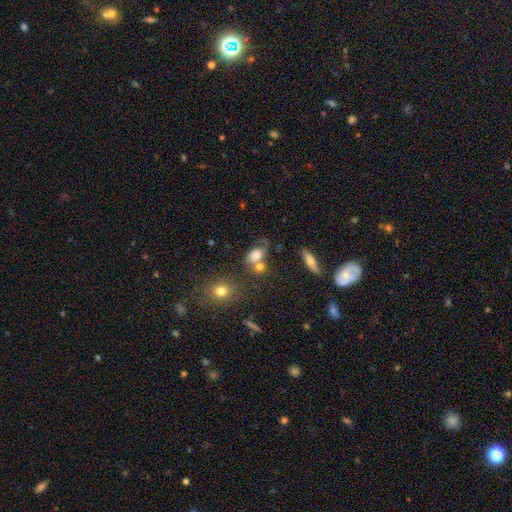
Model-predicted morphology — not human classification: Smooth or featured? Predicted: smooth (p=0.60). How rounded? Predicted: in between (p=0.66). Merging? Predicted: merger (p=0.40).